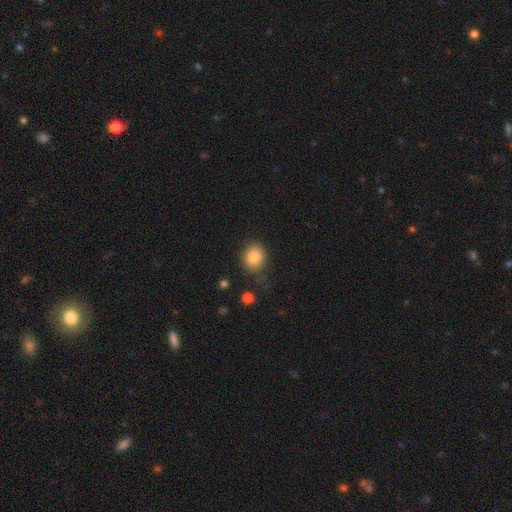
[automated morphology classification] type=smooth (85%); roundness=round (70%); merging=none (74%).